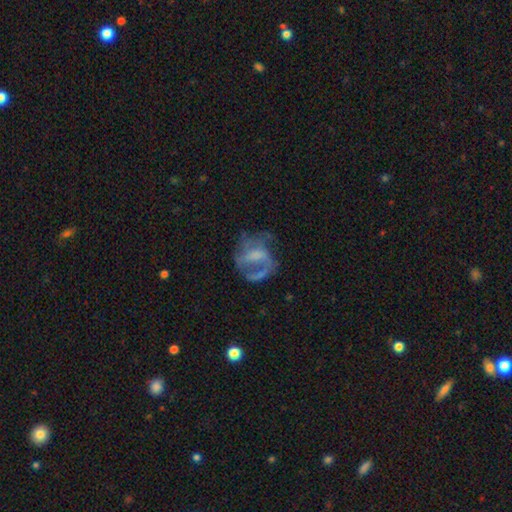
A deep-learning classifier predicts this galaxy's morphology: Overall: featured or disk (64%; smooth 27%). Edge-on disk: no (97%). Bar: no (45%; weak 40%). Spiral arms: yes (60%; no 40%). Bulge size: none (36%; moderate 30%). Merging: none (40%; major disturbance 36%).